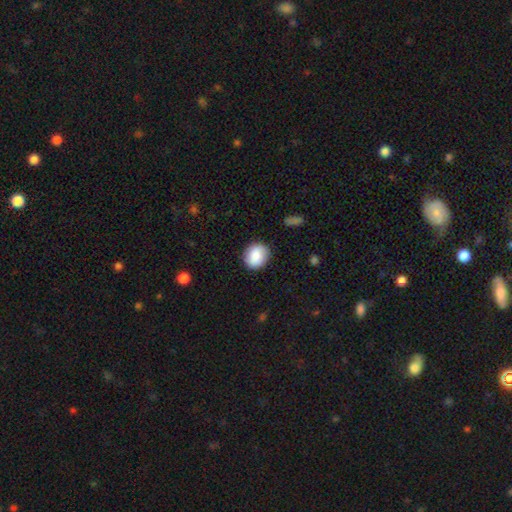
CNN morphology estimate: Smooth or featured?
  - smooth: 84% *
  - featured or disk: 8%
  - star or artifact: 7%
How rounded?
  - round: 76% *
  - in between: 23%
  - cigar-shaped: 1%
Merging?
  - none: 87% *
  - minor disturbance: 10%
  - major disturbance: 2%
  - merger: 1%